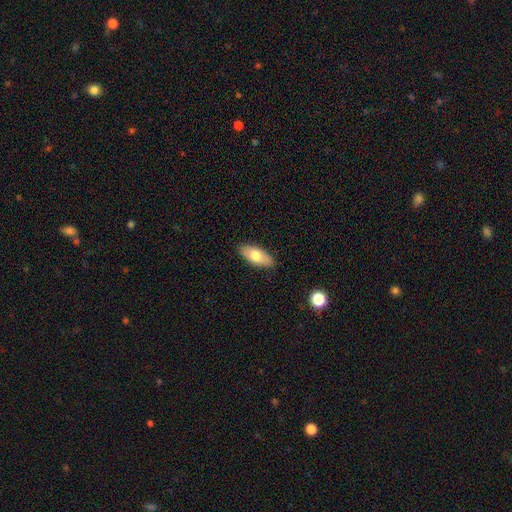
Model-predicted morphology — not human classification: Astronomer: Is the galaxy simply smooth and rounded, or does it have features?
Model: smooth — 71%.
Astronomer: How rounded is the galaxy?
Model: in between — 86%.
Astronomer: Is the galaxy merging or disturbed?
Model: none — 86%.